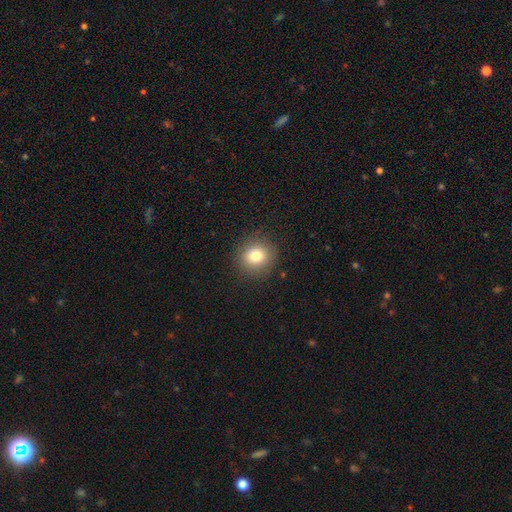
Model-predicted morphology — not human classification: Smooth or featured: smooth — 80% (star or artifact — 11%)
How rounded: round — 87% (in between — 13%)
Merging: none — 88% (minor disturbance — 8%)